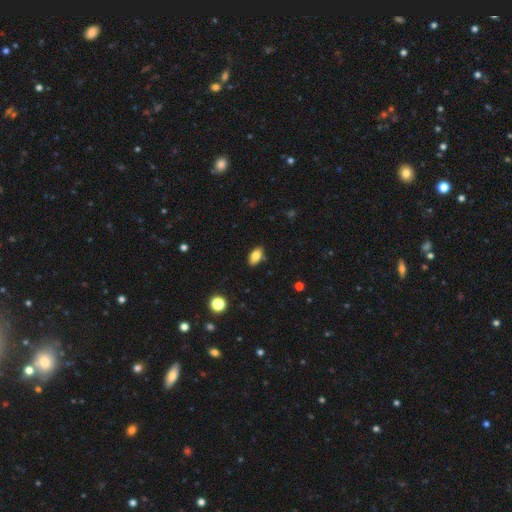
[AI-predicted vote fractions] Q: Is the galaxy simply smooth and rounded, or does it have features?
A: smooth — 80%.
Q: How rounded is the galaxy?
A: in between — 91%.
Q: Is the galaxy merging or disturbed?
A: none — 84%.